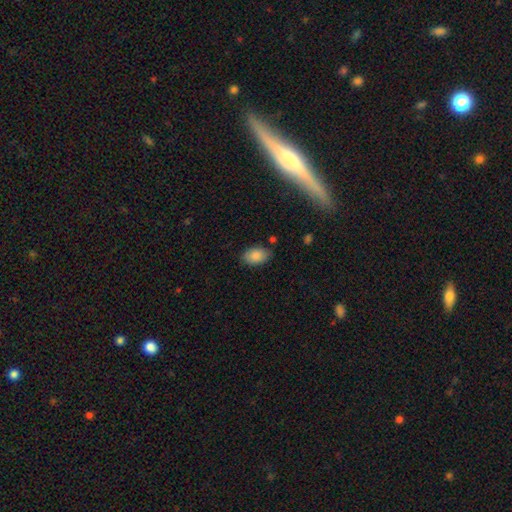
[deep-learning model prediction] smooth_or_featured: smooth (p=0.86) [alt: star or artifact p=0.08]
how_rounded: in between (p=0.90) [alt: round p=0.09]
merging: none (p=0.81) [alt: minor disturbance p=0.14]